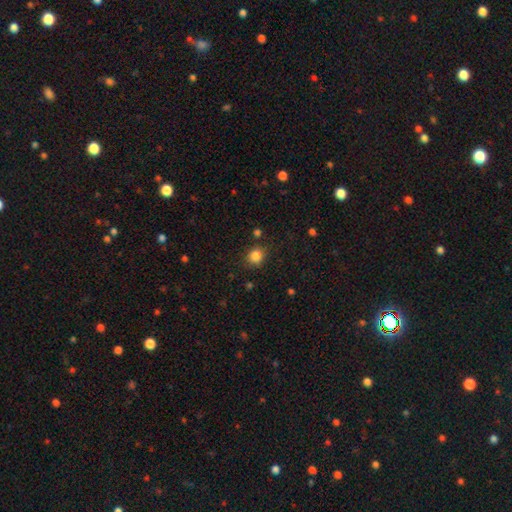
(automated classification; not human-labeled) This is clearly a smooth galaxy (84%). How rounded: likely round (75%). Merging: clearly none (82%).